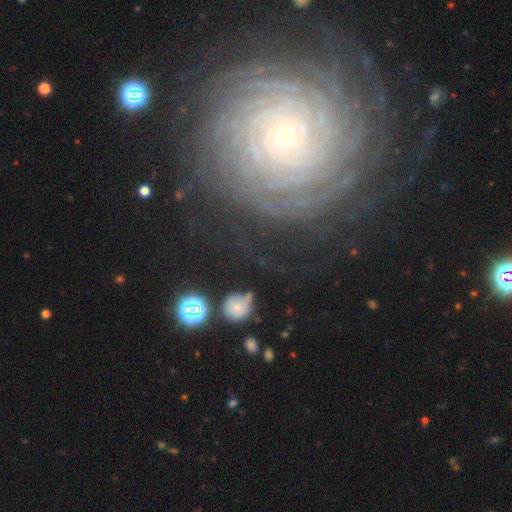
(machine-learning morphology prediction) The model was most divided on "spiral arm count": more than 4: 34%, can't tell: 25%, 4: 15%, 3: 9%, 2: 9%, 1: 7%. More confident: edge-on disk — no (97%); spiral arms — yes (97%); spiral winding — tight (90%); merging — none (84%); smooth or featured — featured or disk (83%); bulge size — small (81%); bar — no (79%).